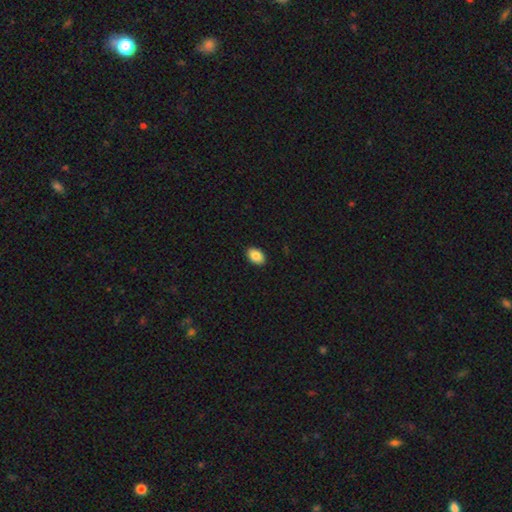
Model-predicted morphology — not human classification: smooth_or_featured: smooth (p=0.87) [alt: star or artifact p=0.07]
how_rounded: in between (p=0.88) [alt: round p=0.11]
merging: none (p=0.91) [alt: minor disturbance p=0.07]